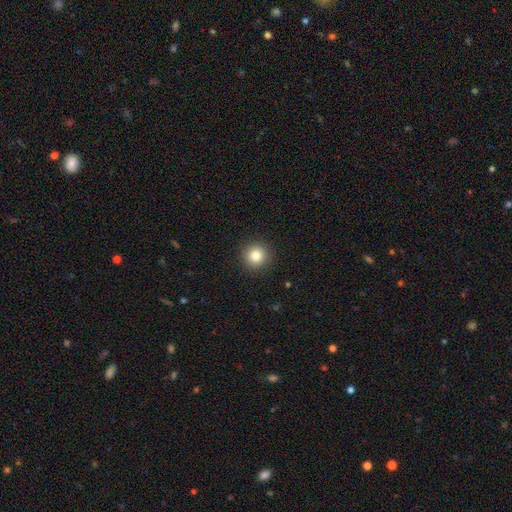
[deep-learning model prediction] smooth-or-featured: smooth: 82% | star or artifact: 11% | featured or disk: 6%
  how-rounded: round: 95% | in between: 4% | cigar-shaped: 1%
  merging: none: 92% | minor disturbance: 5% | major disturbance: 2% | merger: 1%